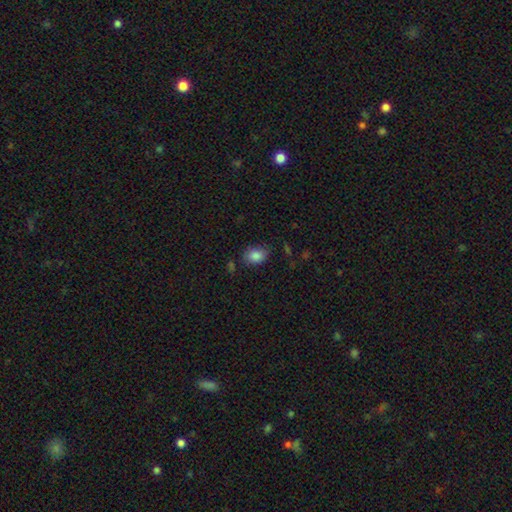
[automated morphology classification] This is clearly a smooth galaxy (86%). How rounded: likely in between (70%). Merging: likely none (73%).